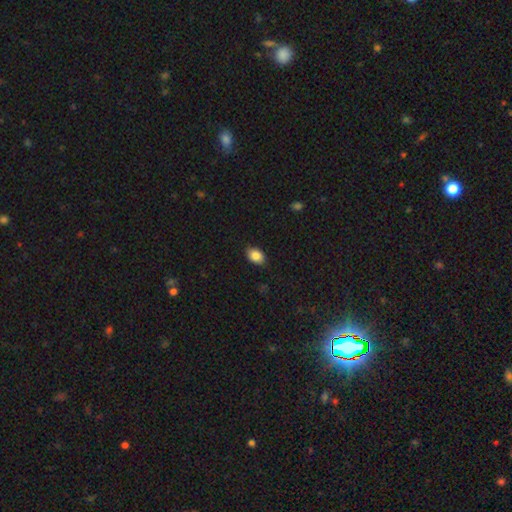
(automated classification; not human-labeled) smooth_or_featured: smooth (p=0.86) [alt: star or artifact p=0.08]
how_rounded: in between (p=0.81) [alt: round p=0.18]
merging: none (p=0.88) [alt: minor disturbance p=0.09]